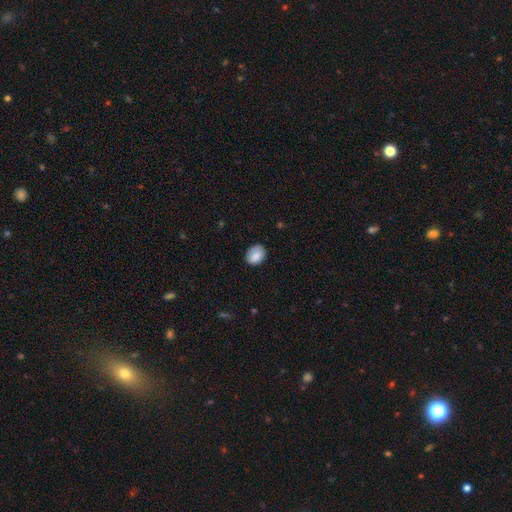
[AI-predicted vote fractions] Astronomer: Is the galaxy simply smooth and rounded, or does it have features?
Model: smooth — 84%.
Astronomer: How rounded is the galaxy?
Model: in between — 55% (runner-up: round, 45%).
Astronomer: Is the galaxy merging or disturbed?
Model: none — 80%.